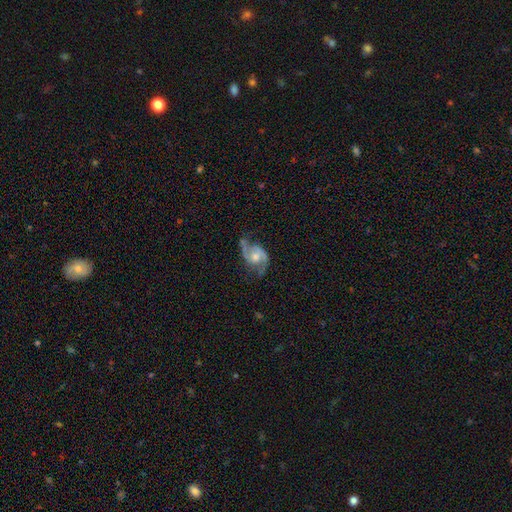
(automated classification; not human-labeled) Smooth or featured?
  - featured or disk: 87% *
  - smooth: 7%
  - star or artifact: 6%
Edge-on disk?
  - no: 97% *
  - yes: 3%
Bar?
  - no: 60% *
  - weak: 33%
  - strong: 7%
Spiral arms?
  - yes: 97% *
  - no: 3%
Spiral winding?
  - medium: 52% *
  - loose: 32%
  - tight: 16%
Spiral arm count?
  - 2: 92% *
  - can't tell: 3%
  - 1: 2%
  - 3: 2%
  - 4: 1%
  - more than 4: 1%
Bulge size?
  - moderate: 60% *
  - small: 25%
  - large: 9%
  - none: 5%
  - dominant: 1%
Merging?
  - none: 66% *
  - minor disturbance: 21%
  - major disturbance: 11%
  - merger: 2%